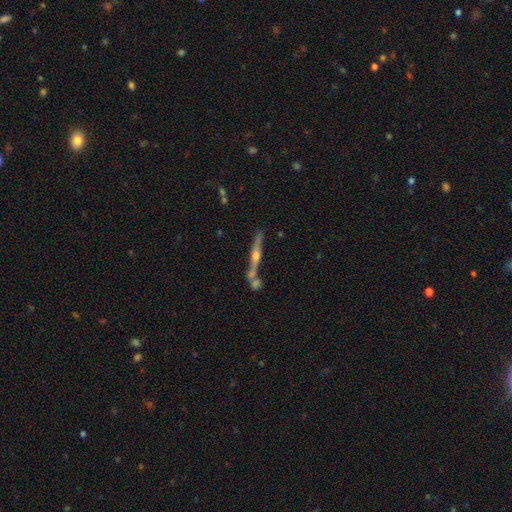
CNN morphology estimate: Smooth or featured? Predicted: featured or disk (p=0.79). Edge-on disk? Predicted: yes (p=0.97). Edge-on bulge? Predicted: rounded (p=0.91). Merging? Predicted: none (p=0.72).